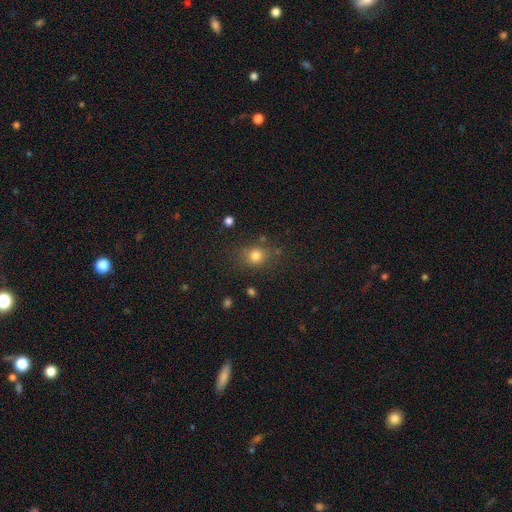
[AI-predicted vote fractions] Q: Smooth or featured?
A: smooth (79%); runner-up: star or artifact (14%)
Q: How rounded?
A: round (74%); runner-up: in between (25%)
Q: Merging?
A: none (78%); runner-up: minor disturbance (13%)